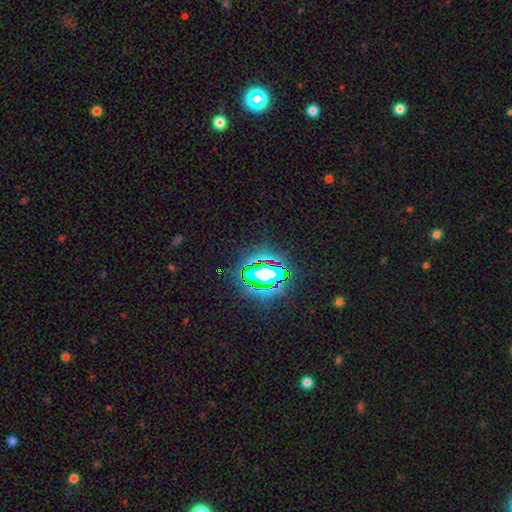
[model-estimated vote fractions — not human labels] smooth_or_featured: star or artifact (p=0.80) [alt: smooth p=0.12]